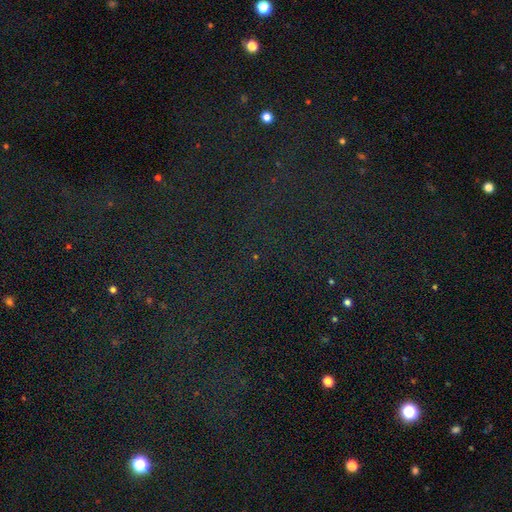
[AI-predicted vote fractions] star or artifact 80%, smooth 12%, featured or disk 9%.